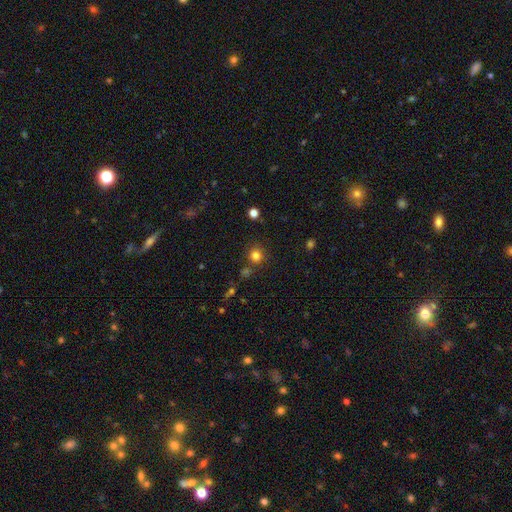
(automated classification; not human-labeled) A smooth galaxy with no disk features (79%) that is round (91%).

Vote fractions:
- Smooth or featured? smooth: 79% / star or artifact: 16% / featured or disk: 5%
- How rounded? round: 91% / in between: 8% / cigar-shaped: 1%
- Merging? none: 82% / minor disturbance: 8% / merger: 7% / major disturbance: 3%